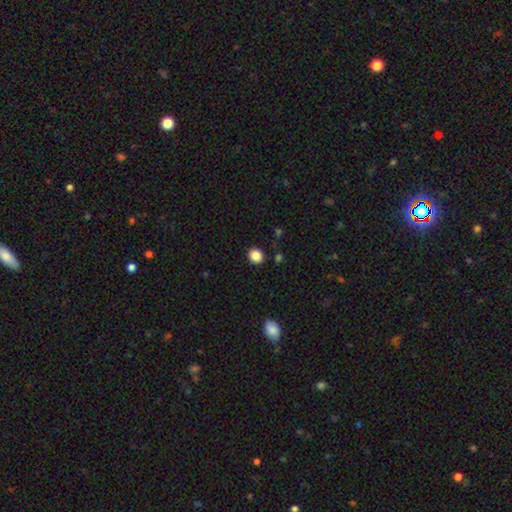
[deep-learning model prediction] Smooth or featured? Predicted: smooth (p=0.86). How rounded? Predicted: round (p=0.76). Merging? Predicted: none (p=0.90).